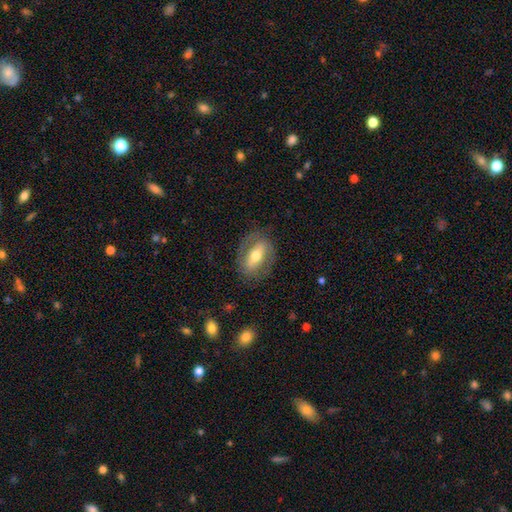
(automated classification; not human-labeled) A featured or disk galaxy (55%).

Vote fractions:
- Smooth or featured? featured or disk: 55% / smooth: 39% / star or artifact: 6%
- Edge-on disk? no: 87% / yes: 13%
- Merging? none: 77% / minor disturbance: 14% / major disturbance: 7% / merger: 1%